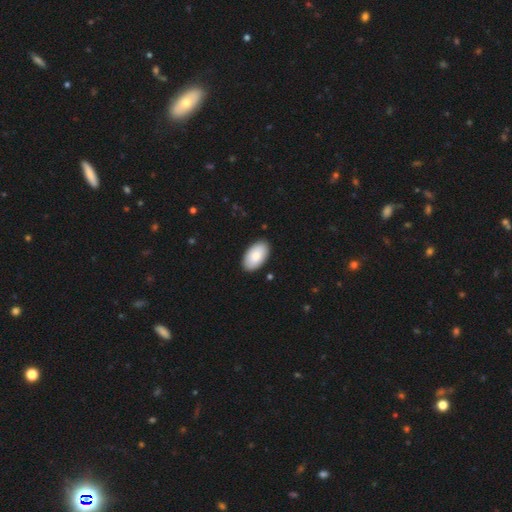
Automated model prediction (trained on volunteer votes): Overall: smooth (85%). How rounded: in between (96%). Merging: none (89%).